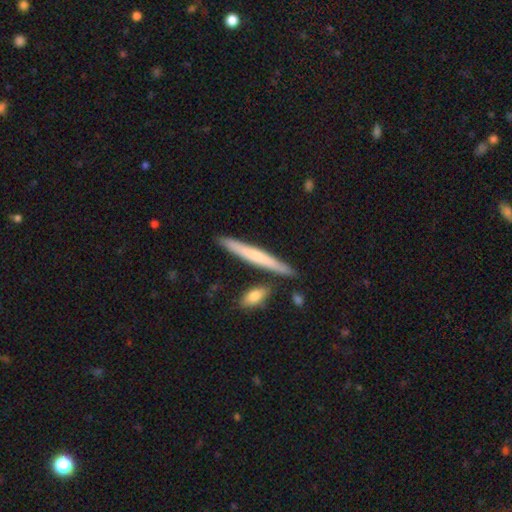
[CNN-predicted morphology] smooth-or-featured: smooth: 59% | featured or disk: 36% | star or artifact: 5%
  how-rounded: cigar-shaped: 96% | in between: 3% | round: 1%
  merging: none: 83% | minor disturbance: 9% | merger: 6% | major disturbance: 2%